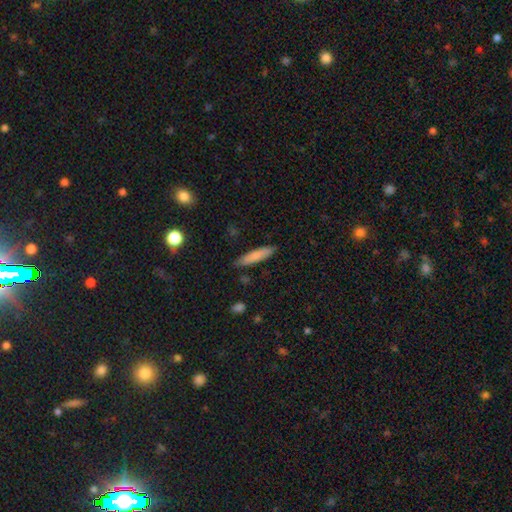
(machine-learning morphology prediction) A smooth galaxy with no disk features (78%) that is cigar-shaped (82%). Merging: none (86%).